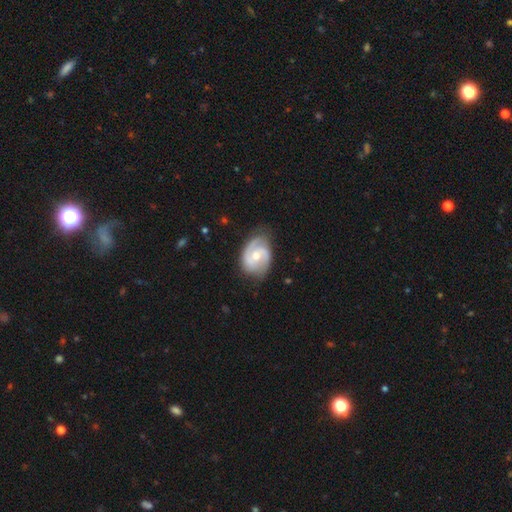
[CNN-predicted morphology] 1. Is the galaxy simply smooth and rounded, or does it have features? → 84% featured or disk, 12% smooth, 4% star or artifact.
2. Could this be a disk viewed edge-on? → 98% no, 2% yes.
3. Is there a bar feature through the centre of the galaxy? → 51% no, 41% weak, 7% strong.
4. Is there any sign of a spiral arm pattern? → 96% yes, 4% no.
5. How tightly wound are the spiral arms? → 48% medium, 40% tight, 13% loose.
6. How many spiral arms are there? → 83% 2, 6% can't tell, 4% 3, 4% 1, 1% 4, 1% more than 4.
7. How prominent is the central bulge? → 60% moderate, 34% small, 3% large, 2% none, 1% dominant.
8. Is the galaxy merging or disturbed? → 72% none, 21% minor disturbance, 6% major disturbance, 1% merger.